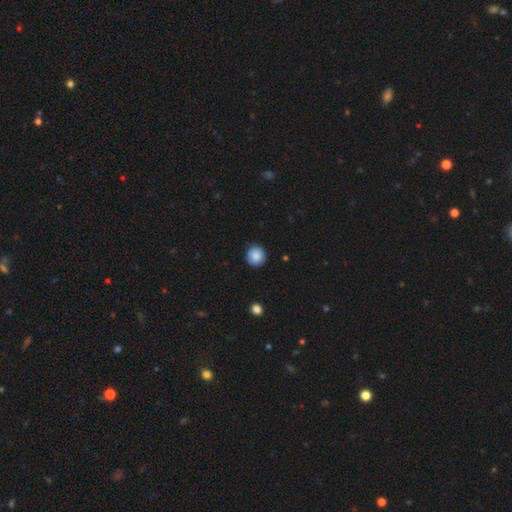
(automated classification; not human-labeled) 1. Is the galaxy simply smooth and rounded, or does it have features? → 87% smooth, 8% star or artifact, 5% featured or disk.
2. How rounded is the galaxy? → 95% round, 4% in between, 1% cigar-shaped.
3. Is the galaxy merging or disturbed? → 91% none, 6% minor disturbance, 2% major disturbance, 1% merger.